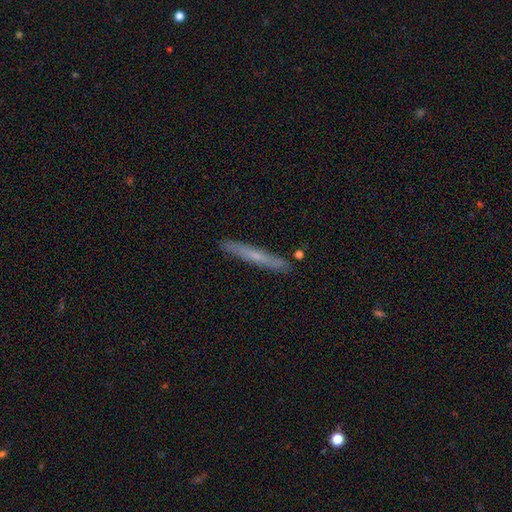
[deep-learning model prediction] A smooth galaxy with no disk features (49%).

Vote fractions:
- Smooth or featured? smooth: 49% / featured or disk: 44% / star or artifact: 7%
- Merging? none: 87% / minor disturbance: 9% / merger: 2% / major disturbance: 2%